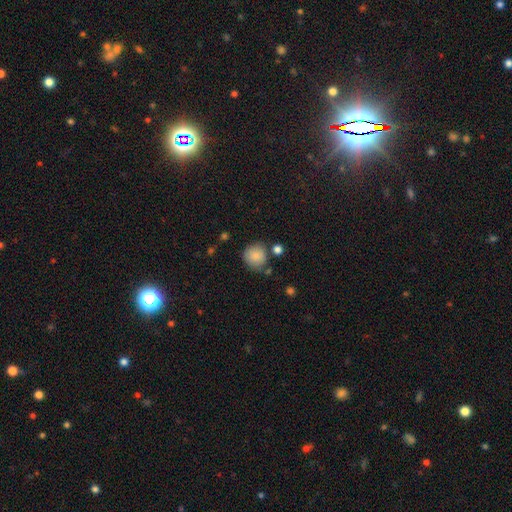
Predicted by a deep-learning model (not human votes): This is clearly a smooth galaxy (85%). How rounded: clearly round (89%). Merging: likely none (71%).